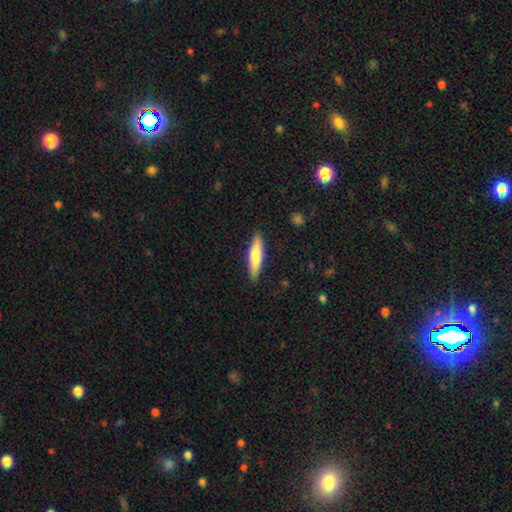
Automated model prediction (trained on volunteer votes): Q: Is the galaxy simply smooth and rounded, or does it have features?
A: smooth — 68%.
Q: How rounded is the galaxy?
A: cigar-shaped — 73%.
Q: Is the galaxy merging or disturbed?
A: none — 88%.